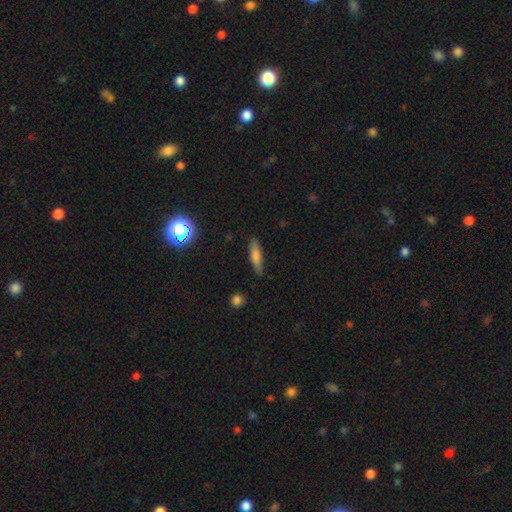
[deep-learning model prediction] Smooth or featured: smooth — 67% (featured or disk — 23%)
How rounded: cigar-shaped — 71% (in between — 27%)
Merging: none — 81% (minor disturbance — 15%)